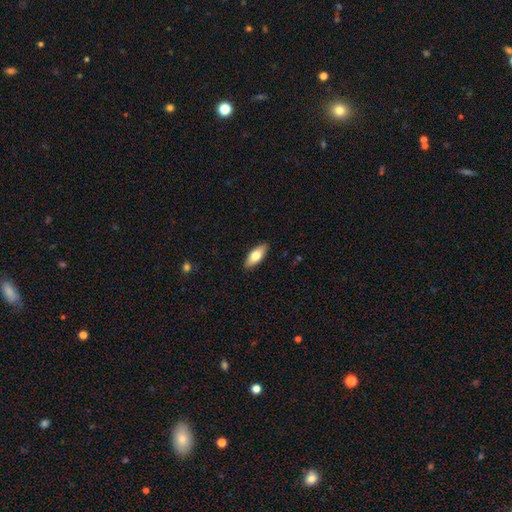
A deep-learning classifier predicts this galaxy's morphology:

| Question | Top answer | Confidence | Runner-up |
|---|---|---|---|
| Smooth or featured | smooth | 72% | featured or disk (22%) |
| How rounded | in between | 78% | cigar-shaped (20%) |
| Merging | none | 89% | minor disturbance (8%) |